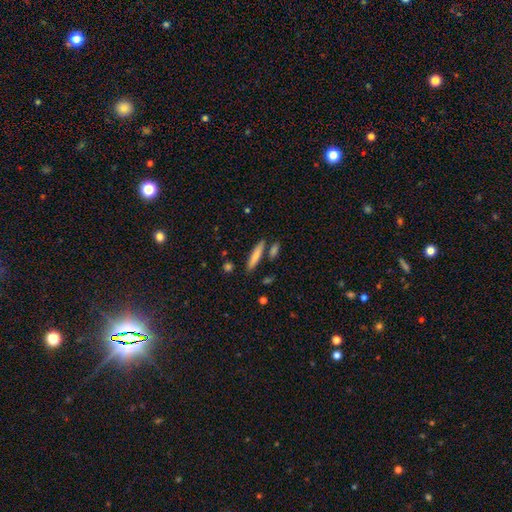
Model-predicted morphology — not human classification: The model was most divided on "smooth or featured": smooth: 77%, featured or disk: 17%, star or artifact: 6%. More confident: how rounded — cigar-shaped (87%); merging — none (81%).